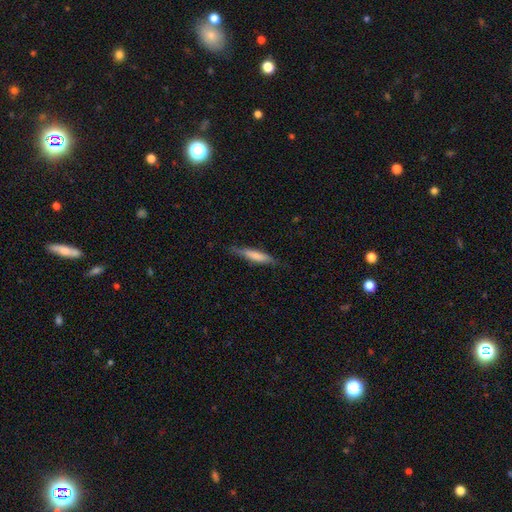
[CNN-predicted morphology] Smooth or featured? Predicted: smooth (p=0.69). How rounded? Predicted: cigar-shaped (p=0.86). Merging? Predicted: none (p=0.77).